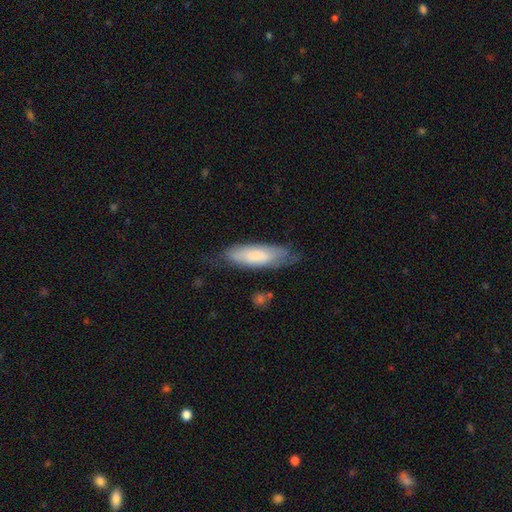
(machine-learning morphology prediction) smooth 70%, featured or disk 24%, star or artifact 6%. Down the decision tree: how rounded — in between (53%); merging — none (64%).